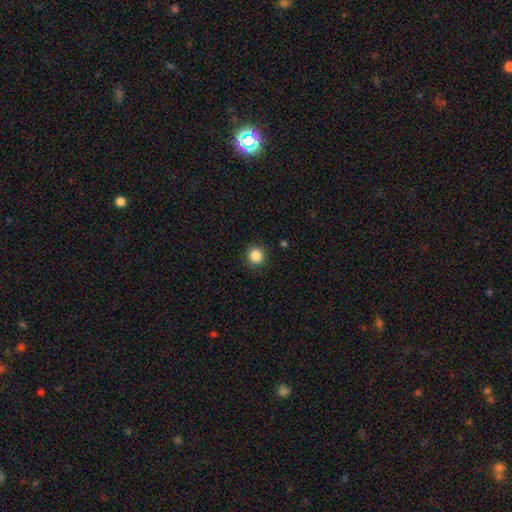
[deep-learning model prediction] The model was most divided on "smooth or featured": smooth: 86%, star or artifact: 10%, featured or disk: 3%. More confident: how rounded — round (93%); merging — none (91%).